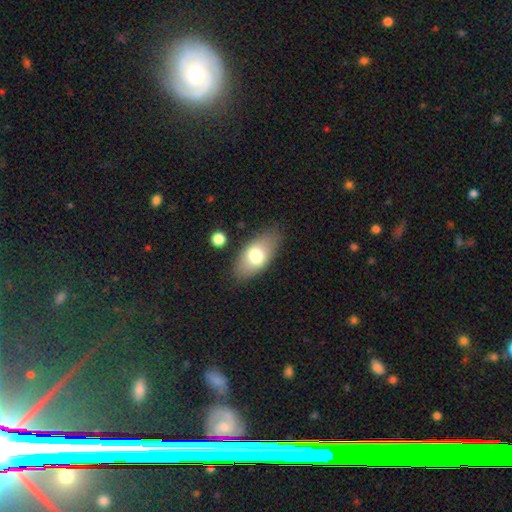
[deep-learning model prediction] Smooth or featured: smooth — 72% (featured or disk — 21%)
How rounded: in between — 90% (cigar-shaped — 6%)
Merging: none — 79% (minor disturbance — 14%)